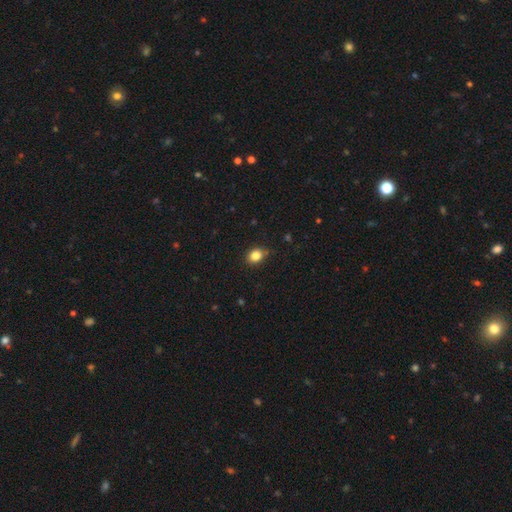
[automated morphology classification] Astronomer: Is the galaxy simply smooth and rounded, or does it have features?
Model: smooth — 83%.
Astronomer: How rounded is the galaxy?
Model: in between — 54% (runner-up: round, 45%).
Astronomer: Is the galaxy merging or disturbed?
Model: none — 80%.